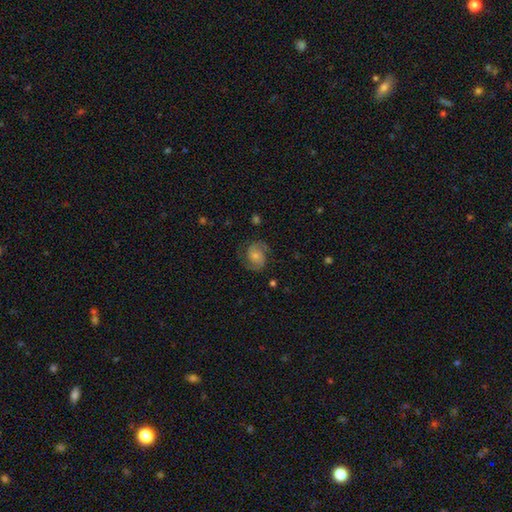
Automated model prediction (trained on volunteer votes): smooth-or-featured: featured or disk: 73% | smooth: 19% | star or artifact: 8%
  disk-edge-on: no: 98% | yes: 2%
    bar: no: 60% | weak: 33% | strong: 7%
    has-spiral-arms: yes: 95% | no: 5%
      spiral-winding: medium: 51% | tight: 29% | loose: 20%
      spiral-arm-count: 2: 90% | can't tell: 4% | 1: 2% | 3: 2% | 4: 1% | more than 4: 1%
    bulge-size: small: 49% | moderate: 33% | none: 10% | large: 6% | dominant: 2%
  merging: none: 75% | minor disturbance: 15% | major disturbance: 8% | merger: 1%